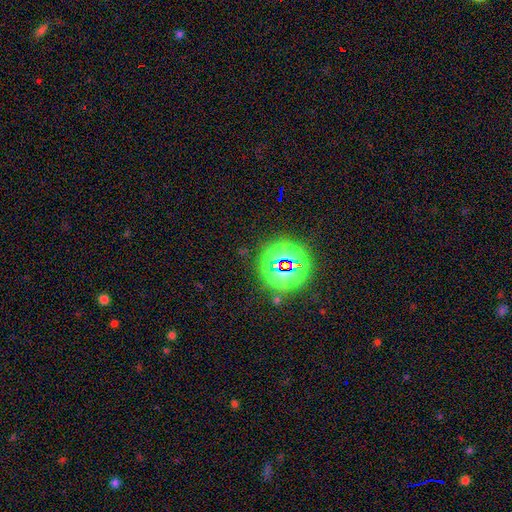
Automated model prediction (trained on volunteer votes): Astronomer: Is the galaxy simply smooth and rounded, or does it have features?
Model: star or artifact — 78%.